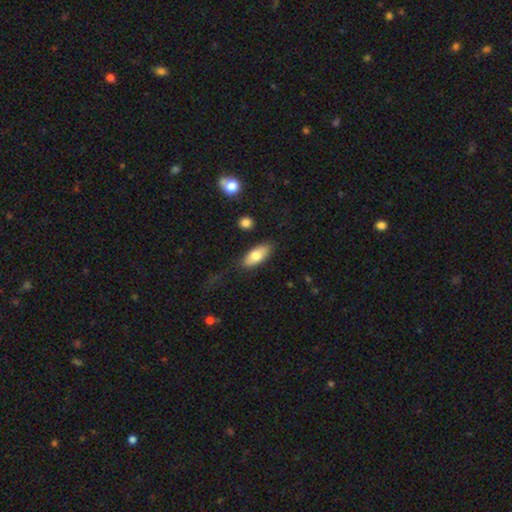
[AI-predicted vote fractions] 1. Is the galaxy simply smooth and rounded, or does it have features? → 75% smooth, 19% featured or disk, 6% star or artifact.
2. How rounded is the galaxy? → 84% in between, 13% cigar-shaped, 3% round.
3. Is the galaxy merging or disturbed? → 80% none, 14% minor disturbance, 4% major disturbance, 2% merger.